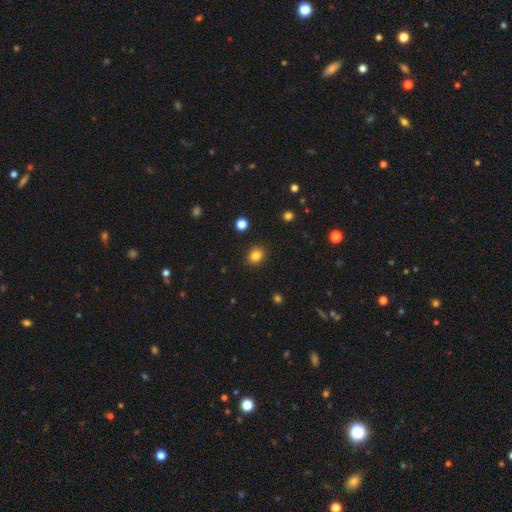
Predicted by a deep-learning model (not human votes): Smooth or featured: smooth — 83% (star or artifact — 12%)
How rounded: round — 70% (in between — 29%)
Merging: none — 89% (minor disturbance — 7%)